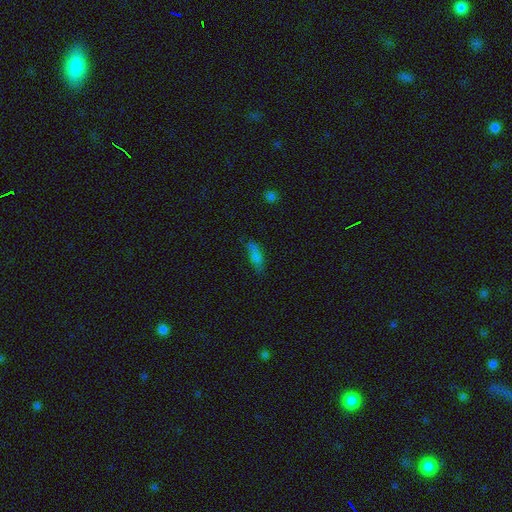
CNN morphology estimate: smooth_or_featured: smooth (p=0.77) [alt: featured or disk p=0.12]
how_rounded: in between (p=0.54) [alt: cigar-shaped p=0.44]
merging: none (p=0.67) [alt: minor disturbance p=0.24]